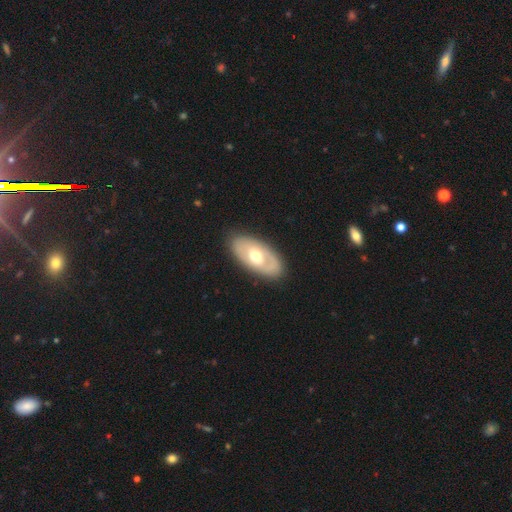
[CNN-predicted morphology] Smooth or featured? Predicted: featured or disk (p=0.53). Edge-on disk? Predicted: no (p=0.86). Merging? Predicted: none (p=0.84).